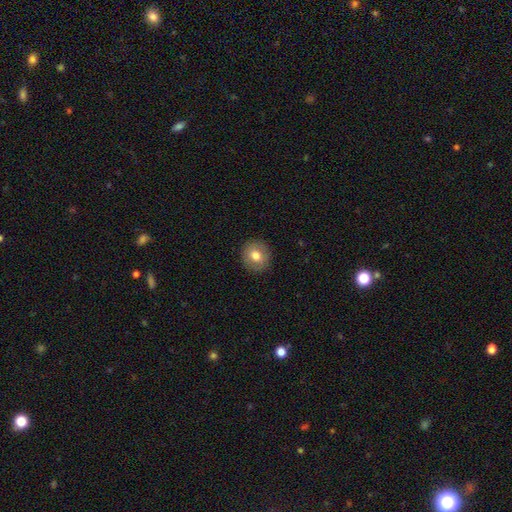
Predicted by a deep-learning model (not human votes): Morphology: type=smooth (73%); roundness=round (85%); merging=none (90%).